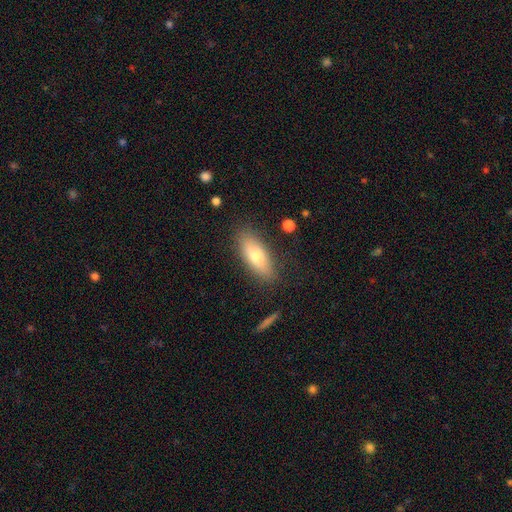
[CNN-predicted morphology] Smooth or featured: smooth — 72% (featured or disk — 21%)
How rounded: in between — 73% (cigar-shaped — 24%)
Merging: none — 83% (minor disturbance — 12%)